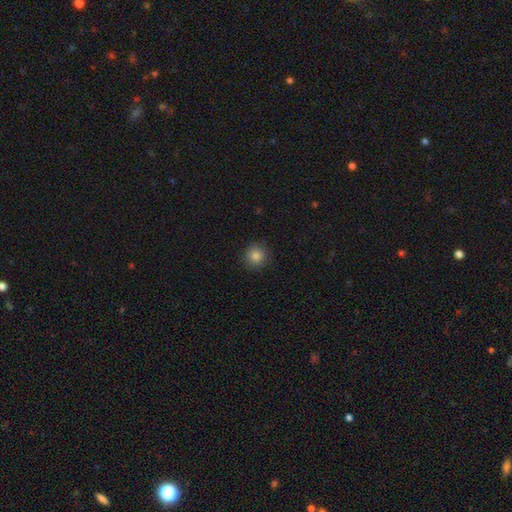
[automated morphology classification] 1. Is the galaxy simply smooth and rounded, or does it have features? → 85% smooth, 11% star or artifact, 5% featured or disk.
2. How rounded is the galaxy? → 93% round, 6% in between, 1% cigar-shaped.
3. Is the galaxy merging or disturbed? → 89% none, 8% minor disturbance, 2% major disturbance, 1% merger.